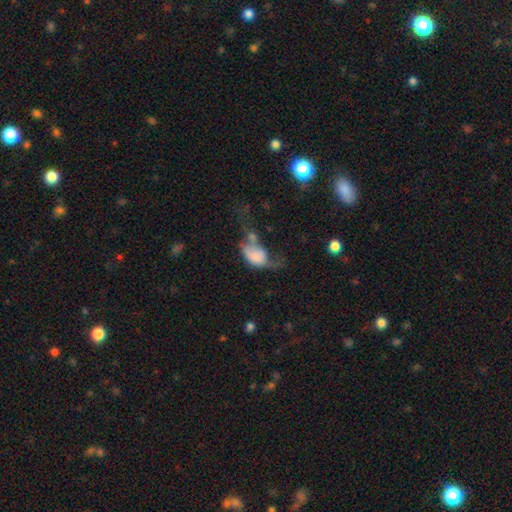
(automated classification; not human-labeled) This appears to be a smooth galaxy with no disk features (65%) that is in between round and cigar-shaped (85%). Merging: major disturbance (45%).